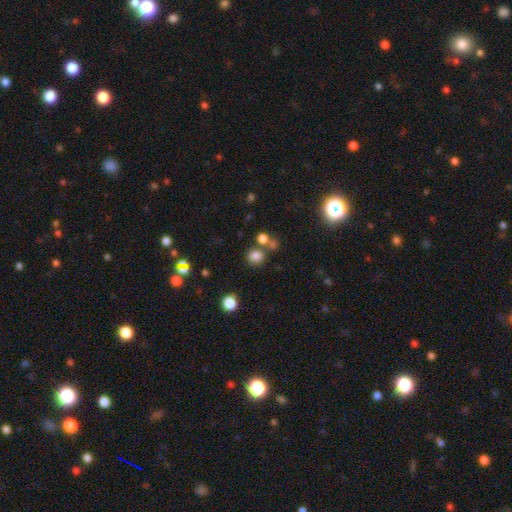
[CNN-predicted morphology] Overall: smooth (77%). How rounded: round (84%). Merging: none (69%).